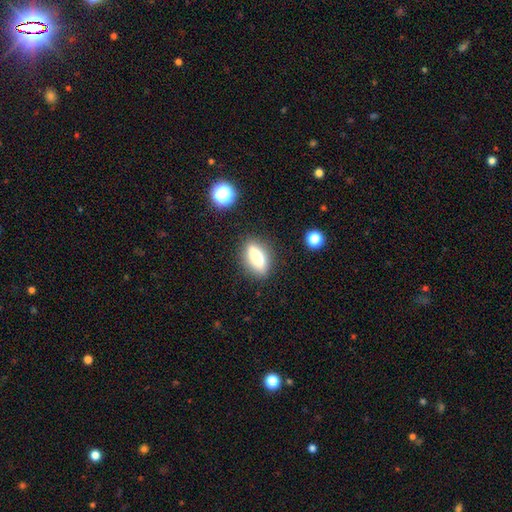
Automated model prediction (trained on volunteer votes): smooth 67%, featured or disk 23%, star or artifact 9%. Down the decision tree: how rounded — in between (63%); merging — none (85%).